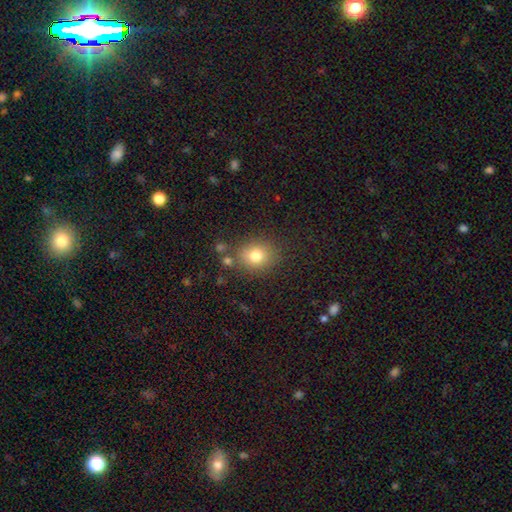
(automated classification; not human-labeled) Overall: smooth (78%). How rounded: round (68%; in between 31%). Merging: none (78%).